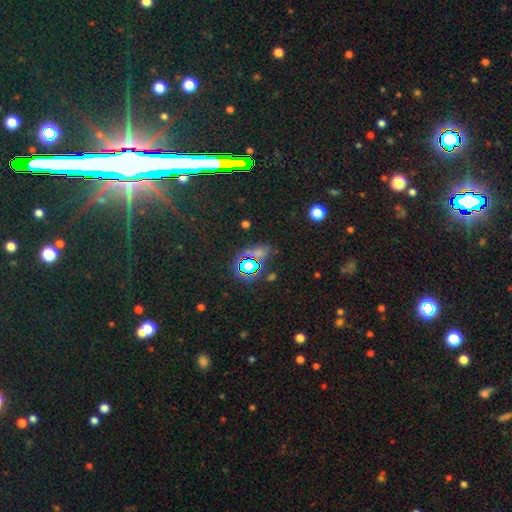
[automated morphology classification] This appears to be a star or artifact, not a galaxy (76%).